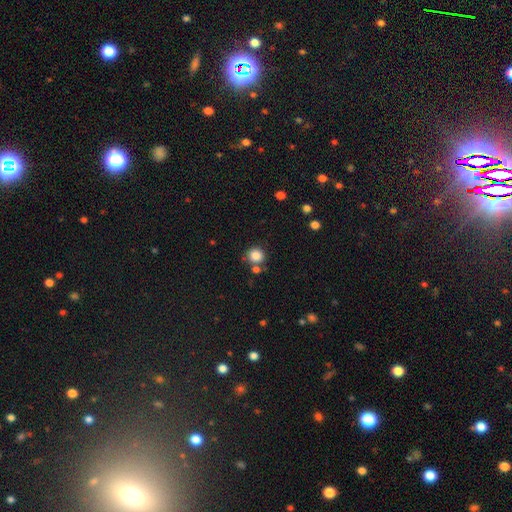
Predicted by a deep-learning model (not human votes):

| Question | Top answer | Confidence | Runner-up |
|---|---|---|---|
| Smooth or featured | smooth | 85% | star or artifact (11%) |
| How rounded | round | 89% | in between (10%) |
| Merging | none | 75% | merger (12%) |